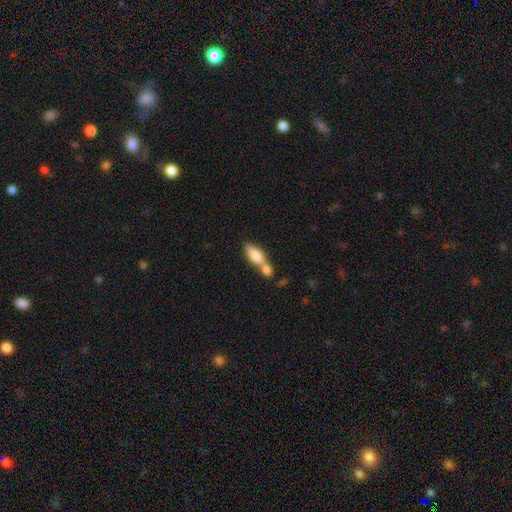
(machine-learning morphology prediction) A smooth galaxy with no disk features (72%) that is in between round and cigar-shaped (68%).

Vote fractions:
- Smooth or featured? smooth: 72% / featured or disk: 21% / star or artifact: 7%
- How rounded? in between: 68% / cigar-shaped: 29% / round: 4%
- Merging? merger: 58% / none: 28% / minor disturbance: 10% / major disturbance: 5%